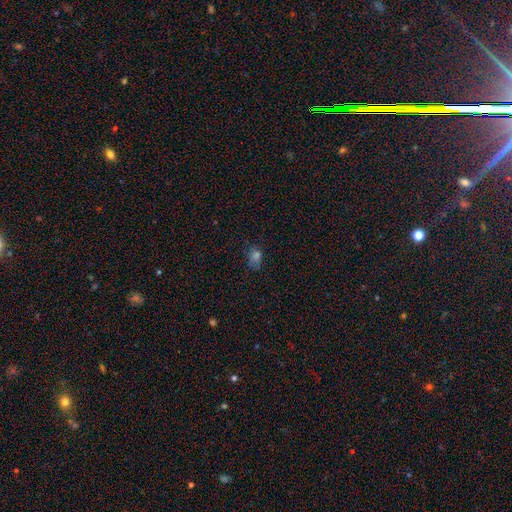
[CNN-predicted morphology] Smooth or featured?
  - smooth: 68% *
  - star or artifact: 24%
  - featured or disk: 8%
How rounded?
  - in between: 65% *
  - round: 33%
  - cigar-shaped: 2%
Merging?
  - none: 60% *
  - minor disturbance: 26%
  - major disturbance: 10%
  - merger: 4%